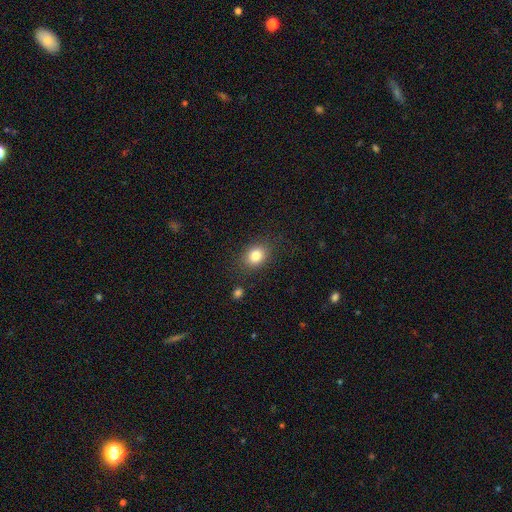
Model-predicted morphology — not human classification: Smooth or featured? Predicted: smooth (p=0.82). How rounded? Predicted: in between (p=0.59). Merging? Predicted: none (p=0.83).